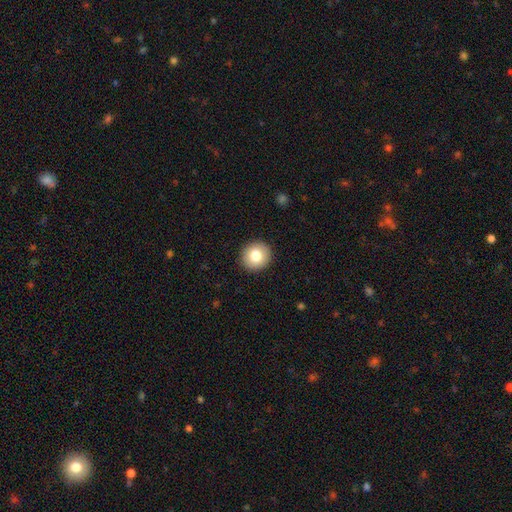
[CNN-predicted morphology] Smooth or featured? smooth (80%)
How rounded? round (89%)
Merging? none (92%)